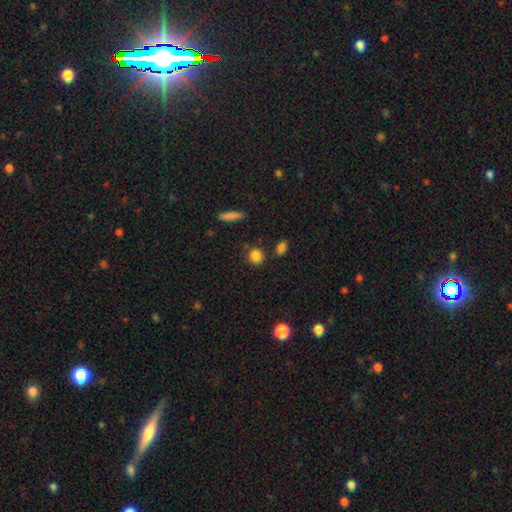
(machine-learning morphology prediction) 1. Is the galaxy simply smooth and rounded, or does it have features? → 84% smooth, 10% star or artifact, 5% featured or disk.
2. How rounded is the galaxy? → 84% round, 13% in between, 3% cigar-shaped.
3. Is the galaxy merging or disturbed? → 82% none, 9% minor disturbance, 6% merger, 3% major disturbance.